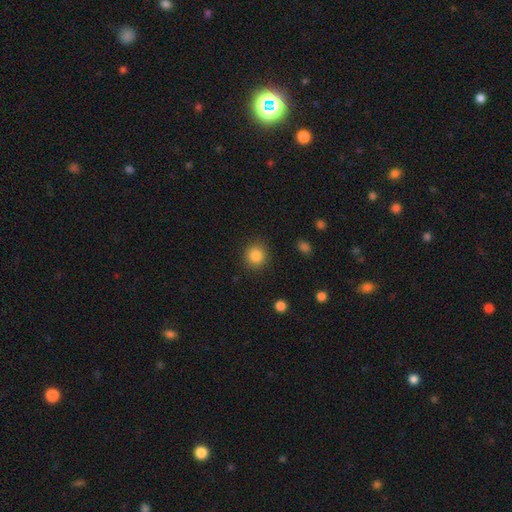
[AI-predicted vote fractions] This is clearly a smooth galaxy (85%). How rounded: clearly round (90%). Merging: clearly none (90%).